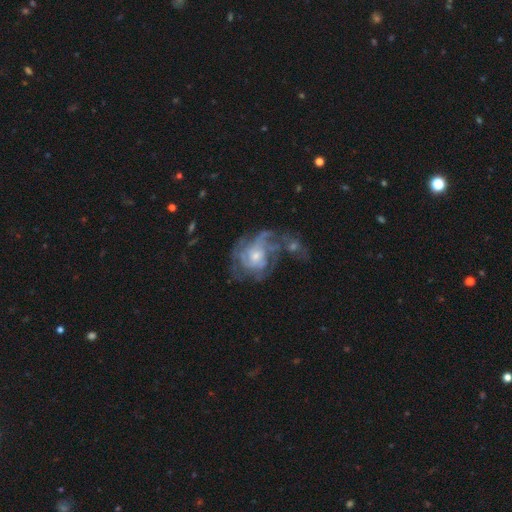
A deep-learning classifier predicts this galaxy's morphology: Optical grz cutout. It shows a featured or disk galaxy (79%) with no bar (73%), tight (44%) spiral arms (83%) and a small central bulge (54%). Merging: none (36%).